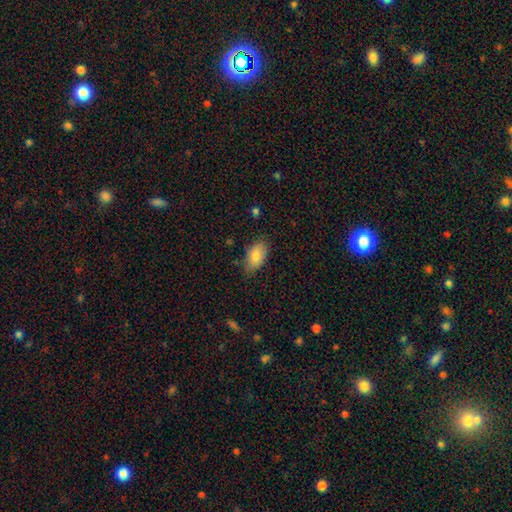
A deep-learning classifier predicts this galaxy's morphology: type=smooth (82%); roundness=in between (92%); merging=none (79%).